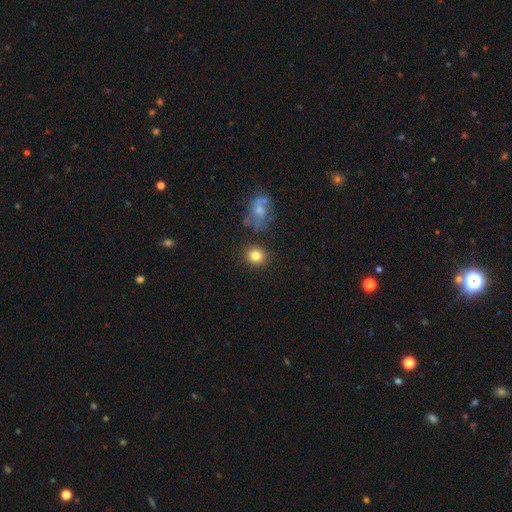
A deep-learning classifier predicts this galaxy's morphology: Overall: smooth (82%). How rounded: round (84%). Merging: none (83%).